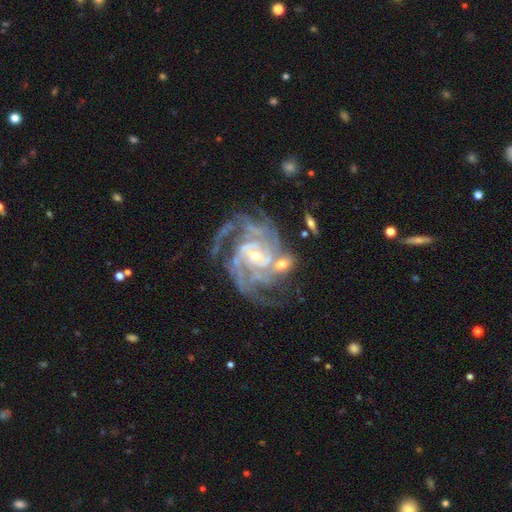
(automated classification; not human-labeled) featured or disk 92%, star or artifact 5%, smooth 3%. Down the decision tree: edge-on disk — no (98%); bar — no (50%); spiral arms — yes (98%); spiral arm count — 4 (29%); spiral winding — tight (60%); bulge size — small (67%); merging — none (56%).